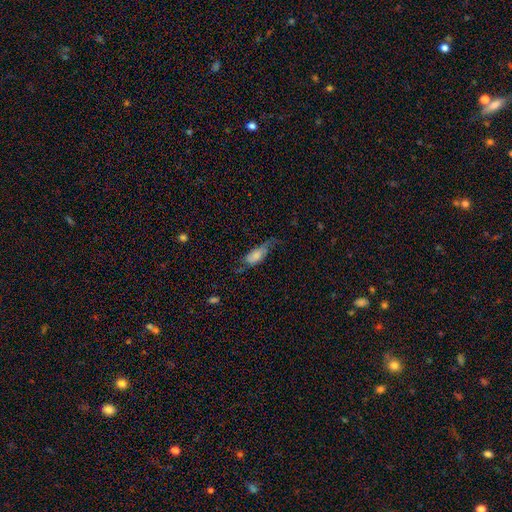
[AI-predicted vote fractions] Smooth or featured: smooth — 54% (featured or disk — 38%)
How rounded: in between — 80% (cigar-shaped — 16%)
Merging: none — 35% (major disturbance — 32%)